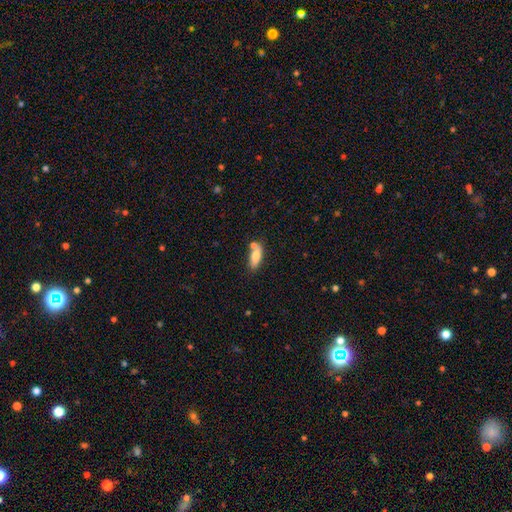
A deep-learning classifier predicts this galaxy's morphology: The model was most divided on "merging": none: 60%, merger: 21%, minor disturbance: 15%, major disturbance: 4%. More confident: smooth or featured — smooth (72%); how rounded — in between (71%).